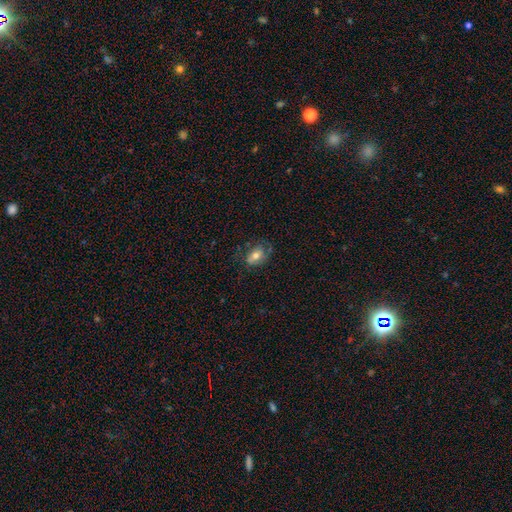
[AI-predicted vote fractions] Overall: smooth (67%). How rounded: in between (85%). Merging: none (64%).